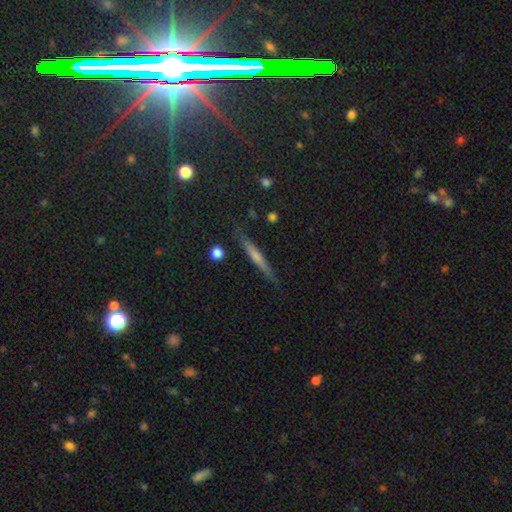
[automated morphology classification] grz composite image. It shows a featured or disk galaxy (47%). Merging: none (87%).